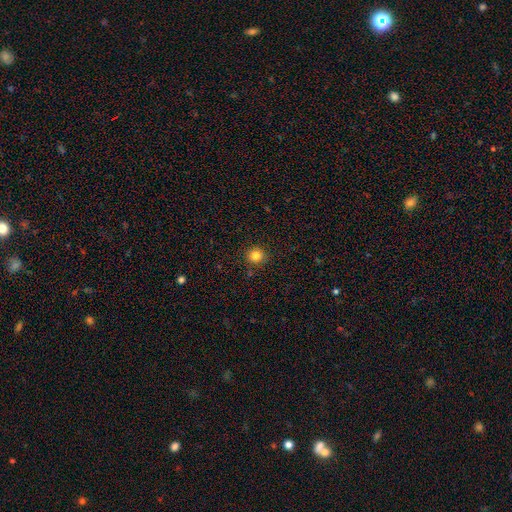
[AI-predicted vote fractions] Smooth or featured? smooth (82%)
How rounded? round (92%)
Merging? none (89%)